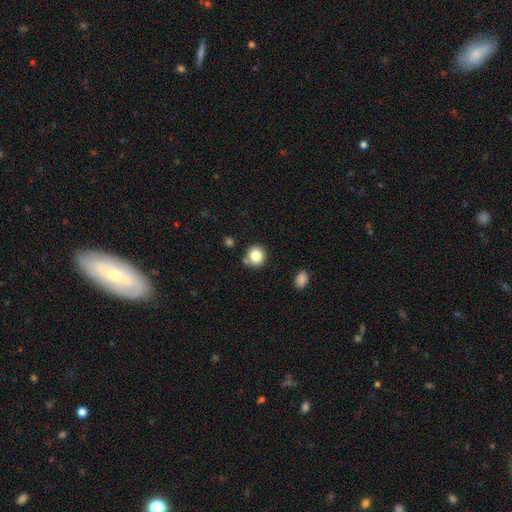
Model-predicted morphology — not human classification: type=smooth (83%); roundness=round (87%); merging=none (77%).